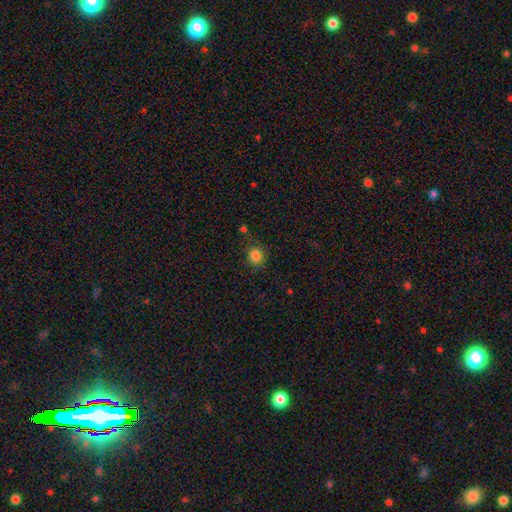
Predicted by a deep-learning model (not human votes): Overall: smooth (84%). How rounded: round (81%). Merging: none (82%).